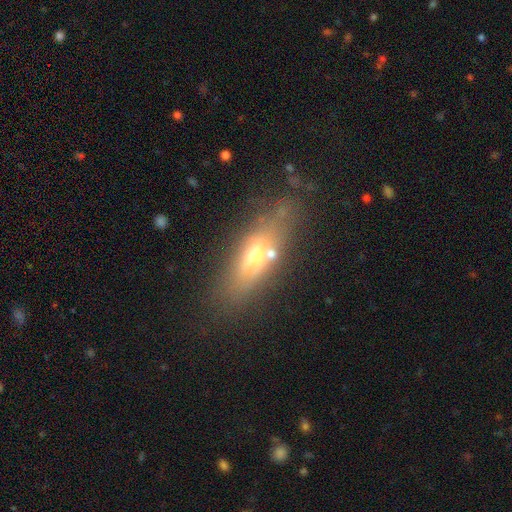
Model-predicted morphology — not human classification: Smooth or featured?
  - smooth: 46% *
  - featured or disk: 41%
  - star or artifact: 12%
Merging?
  - none: 70% *
  - minor disturbance: 15%
  - merger: 9%
  - major disturbance: 6%